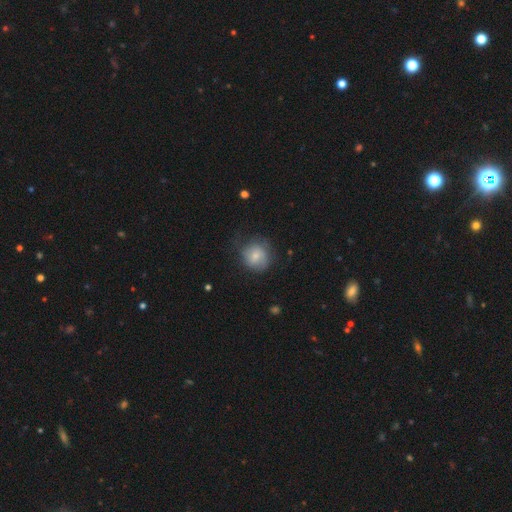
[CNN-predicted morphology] A smooth galaxy with no disk features (68%) that is round (84%).

Vote fractions:
- Smooth or featured? smooth: 68% / featured or disk: 24% / star or artifact: 8%
- How rounded? round: 84% / in between: 15% / cigar-shaped: 1%
- Merging? none: 58% / minor disturbance: 27% / major disturbance: 14% / merger: 1%